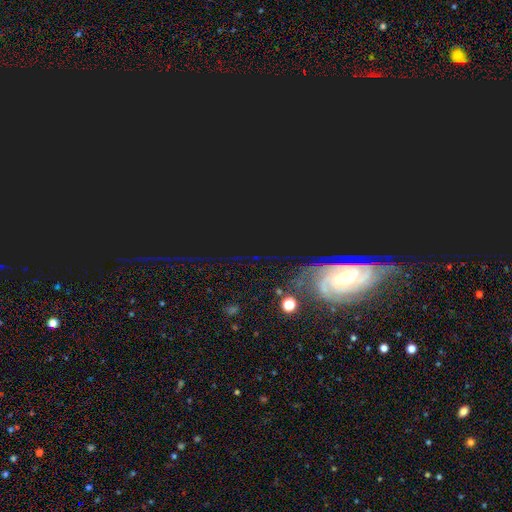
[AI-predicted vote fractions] Smooth or featured?
  - star or artifact: 70% *
  - smooth: 17%
  - featured or disk: 14%